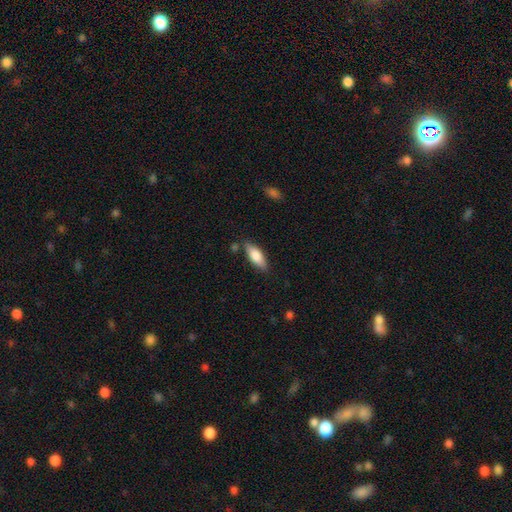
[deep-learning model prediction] smooth 80%, featured or disk 14%, star or artifact 6%. Down the decision tree: how rounded — in between (75%); merging — none (77%).